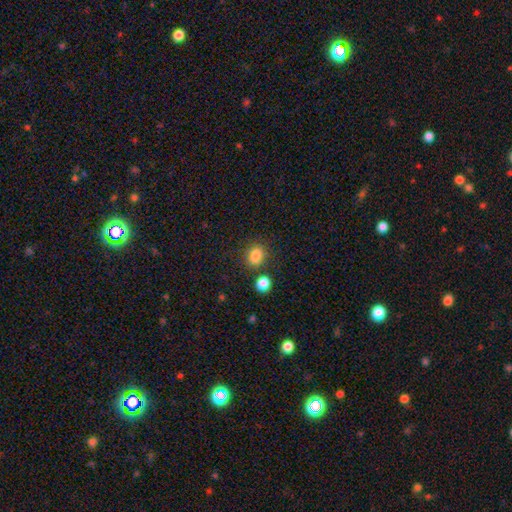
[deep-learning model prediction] Q: Smooth or featured?
A: smooth (83%); runner-up: star or artifact (12%)
Q: How rounded?
A: round (54%); runner-up: in between (45%)
Q: Merging?
A: none (76%); runner-up: minor disturbance (11%)